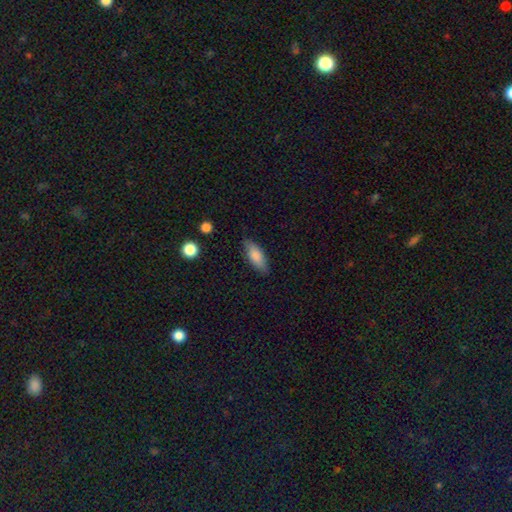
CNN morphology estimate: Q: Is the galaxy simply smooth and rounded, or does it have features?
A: smooth — 82%.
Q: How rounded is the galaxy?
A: in between — 75%.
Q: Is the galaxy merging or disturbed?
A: none — 78%.